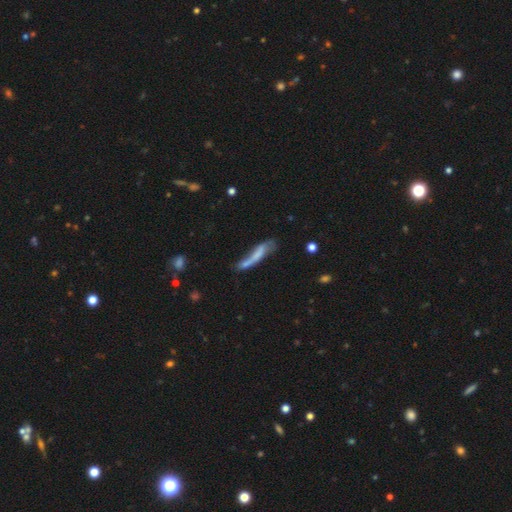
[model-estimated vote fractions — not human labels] Smooth or featured: smooth — 52% (featured or disk — 38%)
How rounded: cigar-shaped — 82% (in between — 16%)
Merging: none — 30% (major disturbance — 25%)